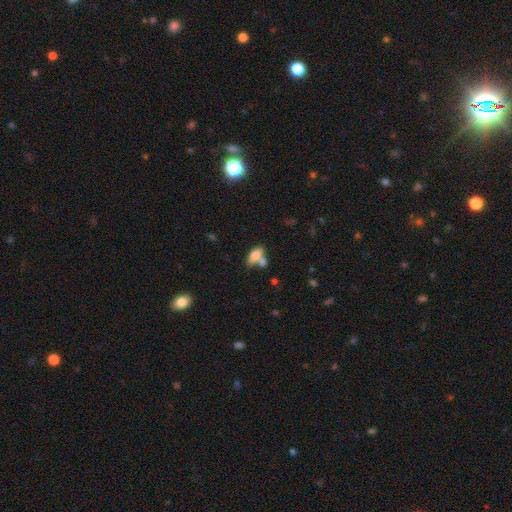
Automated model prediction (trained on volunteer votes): This appears to be a smooth galaxy with no disk features (71%) that is in between round and cigar-shaped (83%). Merging: merger (41%).